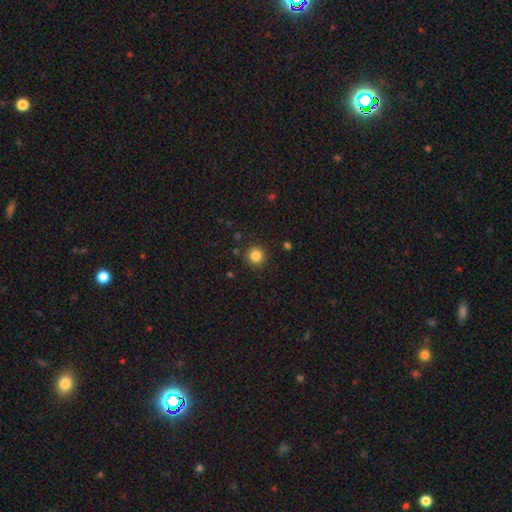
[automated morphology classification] Smooth or featured?
  - smooth: 84% *
  - star or artifact: 11%
  - featured or disk: 4%
How rounded?
  - round: 94% *
  - in between: 5%
  - cigar-shaped: 1%
Merging?
  - none: 90% *
  - minor disturbance: 6%
  - major disturbance: 2%
  - merger: 2%